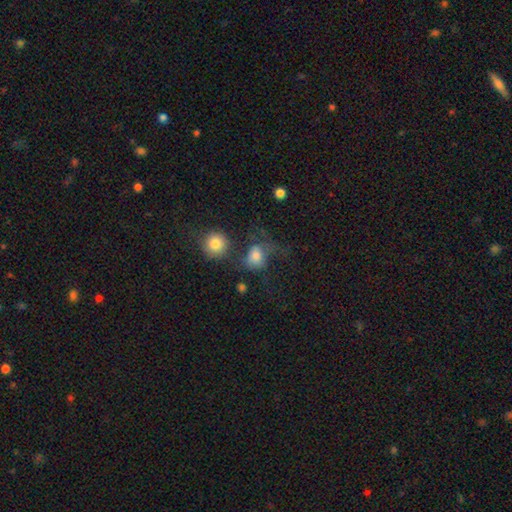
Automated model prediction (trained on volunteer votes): smooth_or_featured: smooth (p=0.73) [alt: featured or disk p=0.16]
how_rounded: round (p=0.59) [alt: in between p=0.39]
merging: none (p=0.34) [tied with: major disturbance p=0.34]